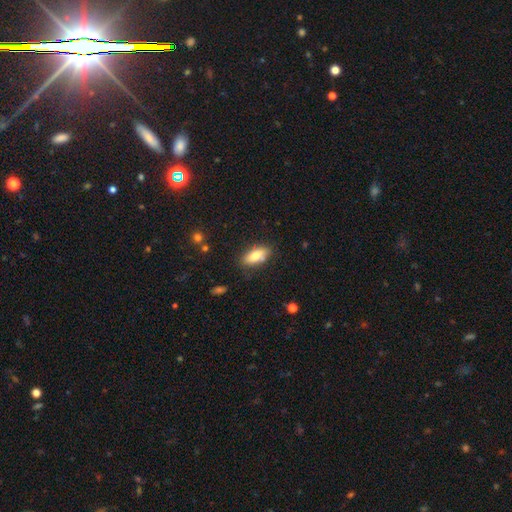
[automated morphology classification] Overall: smooth (76%). How rounded: in between (82%). Merging: none (79%).